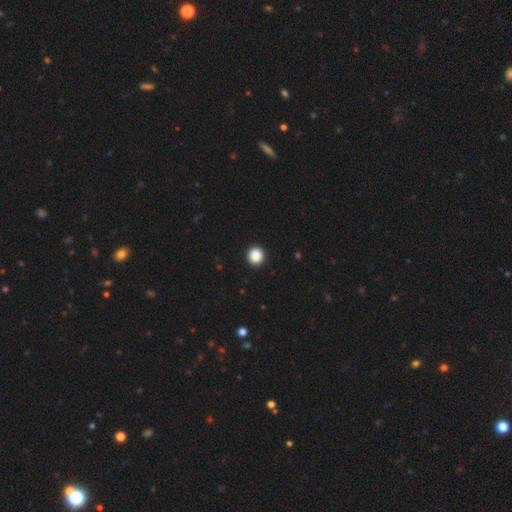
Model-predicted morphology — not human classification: Smooth or featured? Predicted: smooth (p=0.88). How rounded? Predicted: round (p=0.94). Merging? Predicted: none (p=0.94).